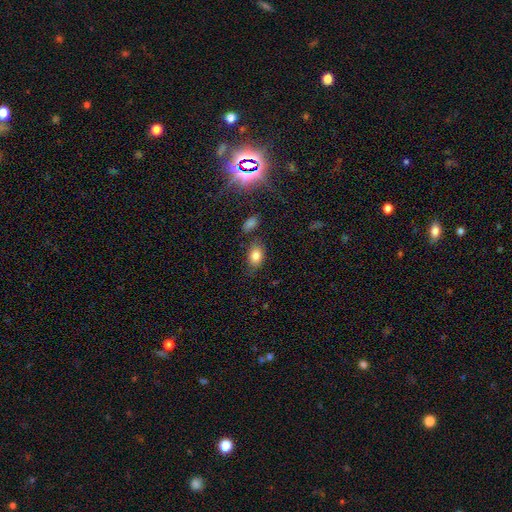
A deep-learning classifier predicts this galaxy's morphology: This is clearly a smooth galaxy (81%). How rounded: clearly in between (80%). Merging: likely none (74%).